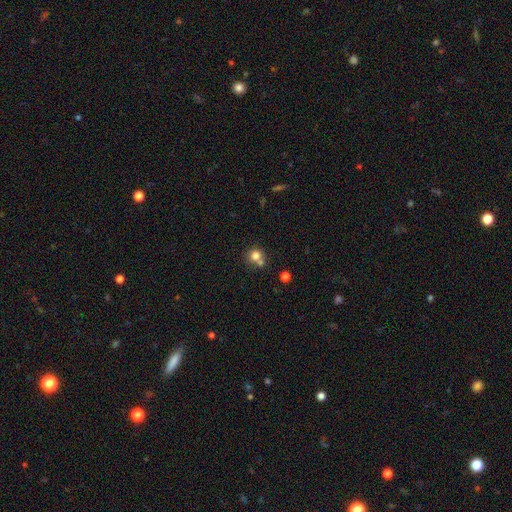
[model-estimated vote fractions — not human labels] Q: Smooth or featured?
A: smooth (77%); runner-up: star or artifact (13%)
Q: How rounded?
A: round (88%); runner-up: in between (11%)
Q: Merging?
A: none (52%); runner-up: merger (36%)